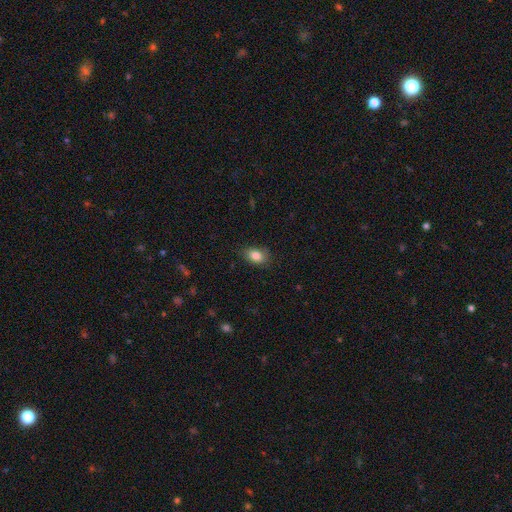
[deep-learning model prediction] Morphology: type=smooth (85%); roundness=in between (79%); merging=none (78%).